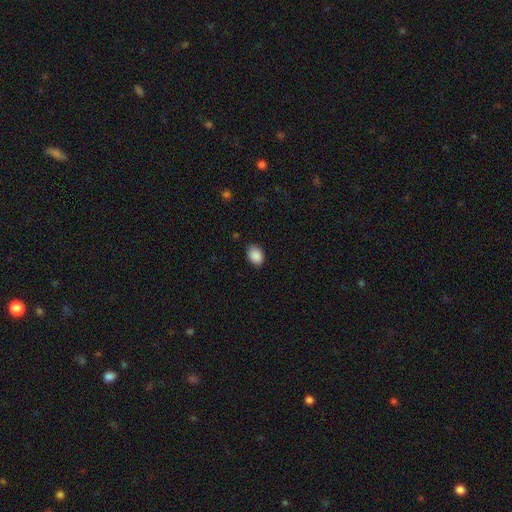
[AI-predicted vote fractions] smooth_or_featured: smooth (p=0.89) [alt: star or artifact p=0.08]
how_rounded: in between (p=0.66) [alt: round p=0.33]
merging: none (p=0.83) [alt: minor disturbance p=0.13]